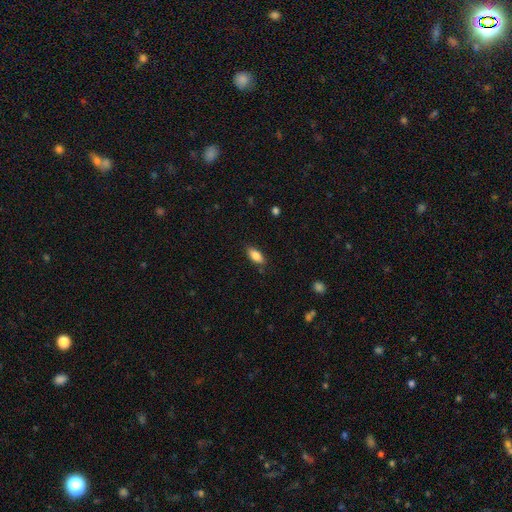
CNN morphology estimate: Overall: smooth (86%). How rounded: in between (88%). Merging: none (84%).